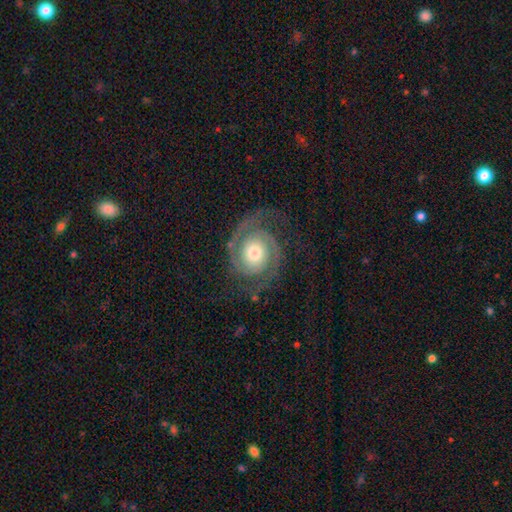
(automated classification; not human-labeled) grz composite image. It shows a featured or disk galaxy (90%) with no bar (74%), 2 (91%) tight (53%) spiral arms (98%) and a moderate central bulge (65%). Merging: none (78%).